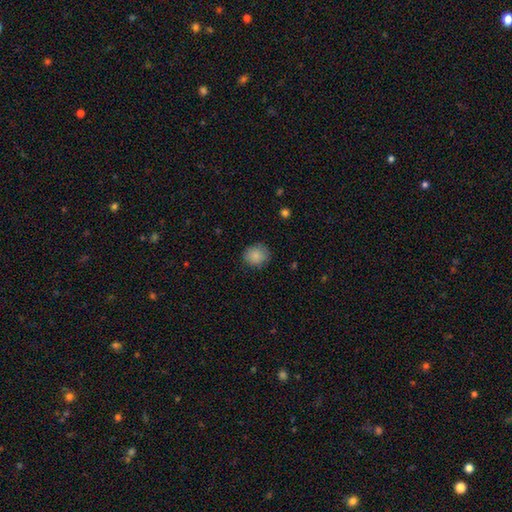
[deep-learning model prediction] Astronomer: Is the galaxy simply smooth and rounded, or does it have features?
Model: smooth — 86%.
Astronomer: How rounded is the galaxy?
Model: round — 76%.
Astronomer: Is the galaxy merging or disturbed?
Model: none — 81%.